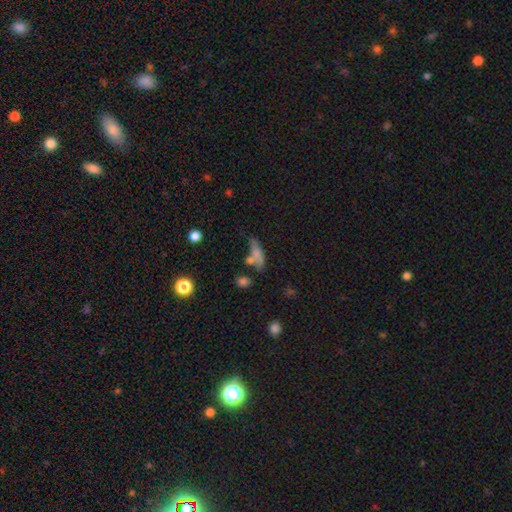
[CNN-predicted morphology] Smooth or featured? smooth (65%)
How rounded? in between (52%)
Merging? none (40%)